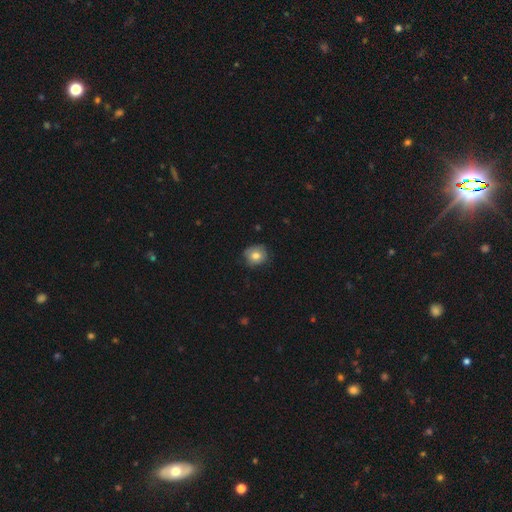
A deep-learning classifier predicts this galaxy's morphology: smooth-or-featured: smooth: 78% | featured or disk: 13% | star or artifact: 9%
  how-rounded: round: 80% | in between: 19% | cigar-shaped: 1%
  merging: none: 74% | minor disturbance: 21% | major disturbance: 4% | merger: 1%